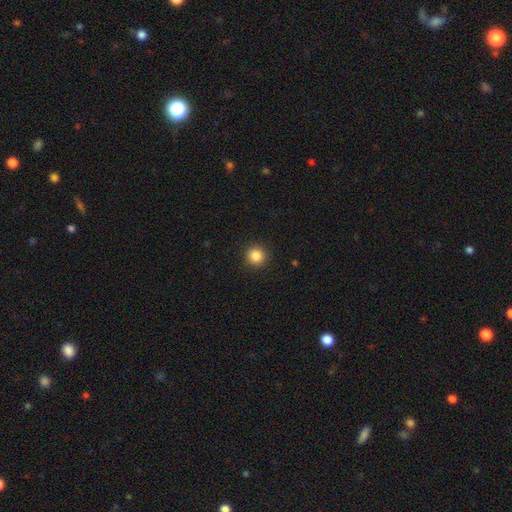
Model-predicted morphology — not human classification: smooth-or-featured: smooth: 86% | star or artifact: 11% | featured or disk: 4%
  how-rounded: round: 95% | in between: 4% | cigar-shaped: 1%
  merging: none: 93% | minor disturbance: 5% | major disturbance: 2% | merger: 1%